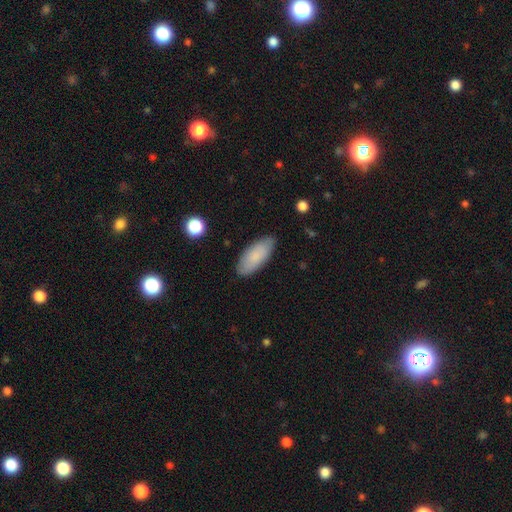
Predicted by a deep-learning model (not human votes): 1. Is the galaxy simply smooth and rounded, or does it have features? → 85% smooth, 9% featured or disk, 6% star or artifact.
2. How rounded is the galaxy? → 82% in between, 16% cigar-shaped, 2% round.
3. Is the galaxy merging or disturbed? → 85% none, 11% minor disturbance, 2% major disturbance, 1% merger.